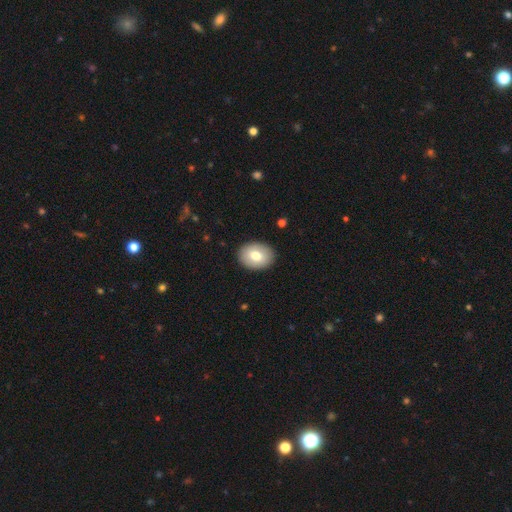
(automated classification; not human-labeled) smooth-or-featured: smooth: 75% | featured or disk: 18% | star or artifact: 7%
  how-rounded: in between: 61% | round: 38% | cigar-shaped: 1%
  merging: none: 90% | minor disturbance: 7% | major disturbance: 2% | merger: 1%